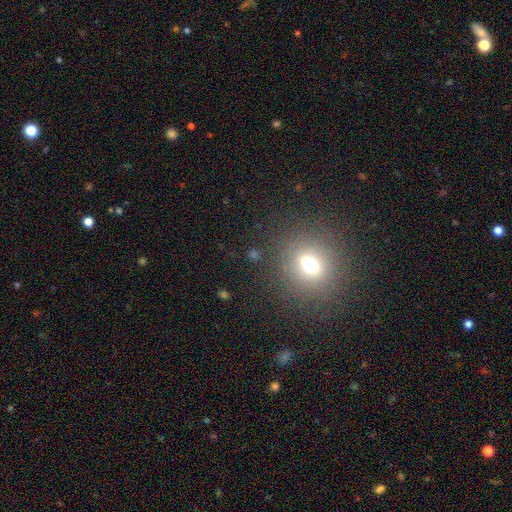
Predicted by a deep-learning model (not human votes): Morphology: type=smooth (60%); roundness=round (61%); merging=none (84%).